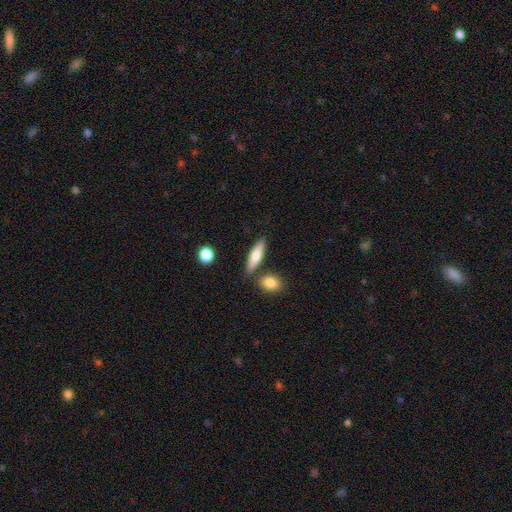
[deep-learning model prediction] Q: Smooth or featured?
A: smooth (68%); runner-up: featured or disk (27%)
Q: How rounded?
A: cigar-shaped (63%); runner-up: in between (34%)
Q: Merging?
A: none (75%); runner-up: merger (12%)